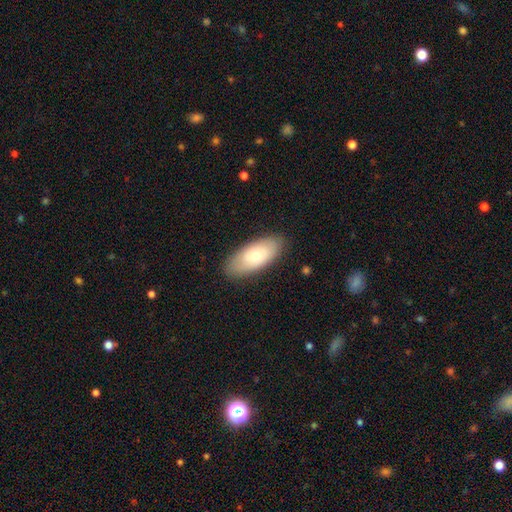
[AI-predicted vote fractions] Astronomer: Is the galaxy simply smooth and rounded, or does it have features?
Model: smooth — 67%.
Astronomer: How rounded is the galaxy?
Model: in between — 88%.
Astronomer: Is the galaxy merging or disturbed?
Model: none — 85%.